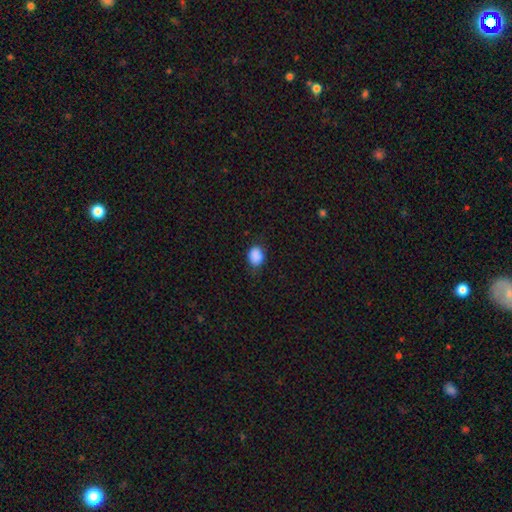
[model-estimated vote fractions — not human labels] This appears to be a smooth galaxy with no disk features (88%) that is in between round and cigar-shaped (63%). Merging: none (75%).